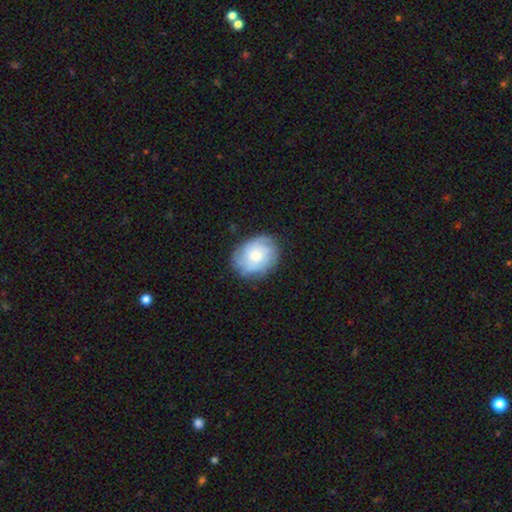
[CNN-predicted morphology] Q: Smooth or featured?
A: featured or disk (50%); runner-up: smooth (43%)
Q: Merging?
A: none (75%); runner-up: minor disturbance (18%)